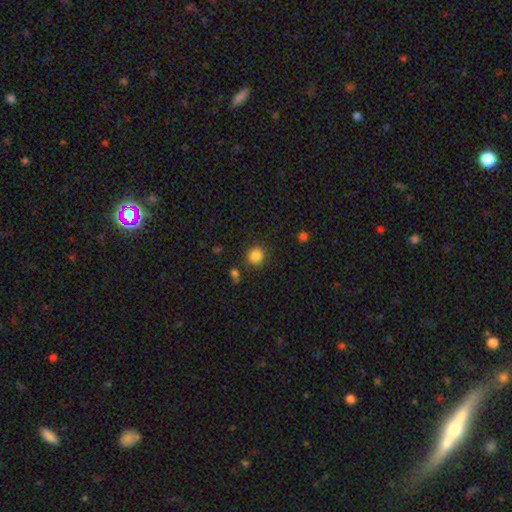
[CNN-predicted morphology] smooth_or_featured: smooth (p=0.85) [alt: star or artifact p=0.11]
how_rounded: round (p=0.90) [alt: in between p=0.10]
merging: none (p=0.85) [alt: minor disturbance p=0.08]